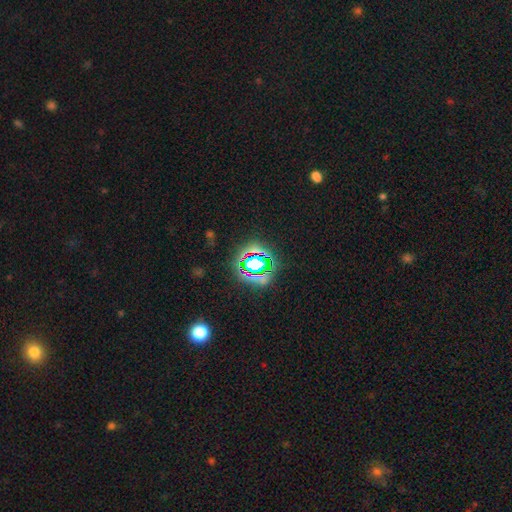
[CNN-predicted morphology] Smooth or featured: star or artifact — 68% (smooth — 19%)